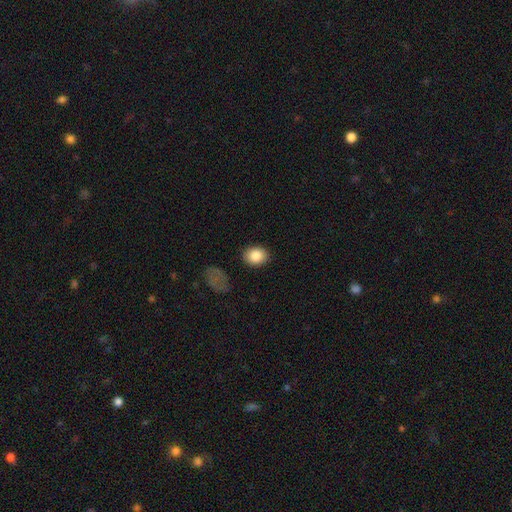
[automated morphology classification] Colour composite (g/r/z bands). It shows a smooth galaxy with no disk features (85%) that is in between round and cigar-shaped (58%). Merging: none (86%).